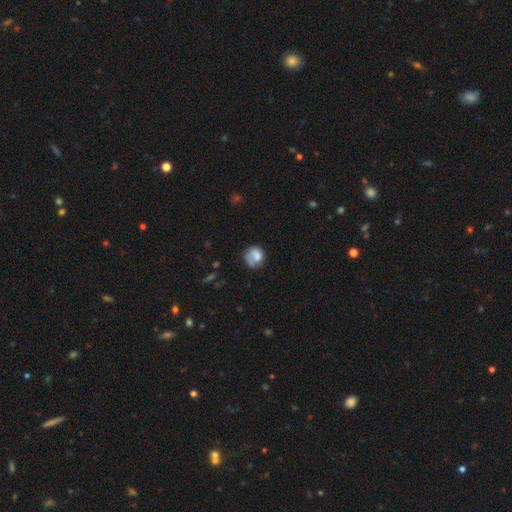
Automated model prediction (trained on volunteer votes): A smooth galaxy with no disk features (67%) that is round (74%). Merging: none (50%).